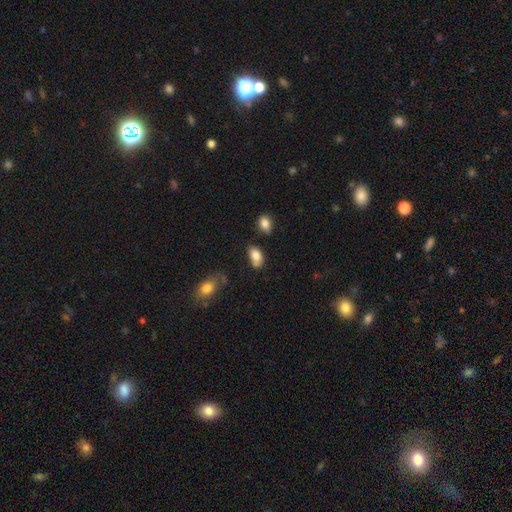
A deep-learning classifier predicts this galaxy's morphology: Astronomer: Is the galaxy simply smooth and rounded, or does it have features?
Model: smooth — 83%.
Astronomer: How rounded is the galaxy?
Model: in between — 91%.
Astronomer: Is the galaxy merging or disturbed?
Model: none — 57%.